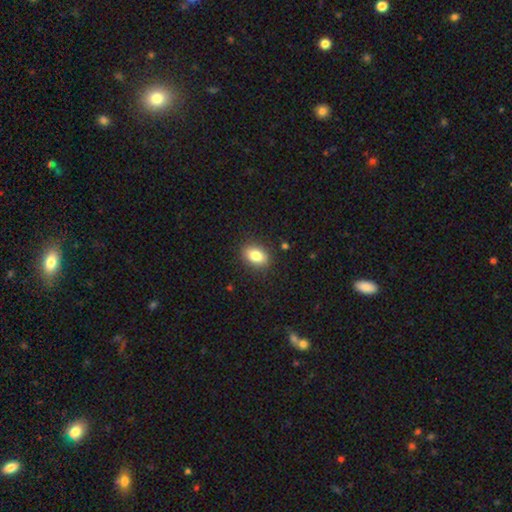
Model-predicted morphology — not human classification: Overall: smooth (83%). How rounded: in between (81%). Merging: none (88%).